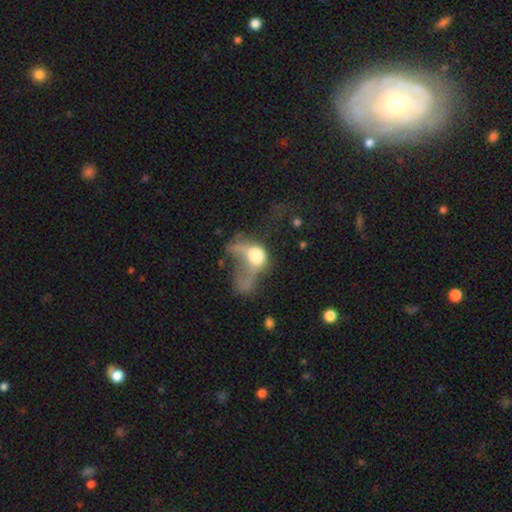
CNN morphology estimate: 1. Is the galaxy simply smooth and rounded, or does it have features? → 55% smooth, 34% featured or disk, 11% star or artifact.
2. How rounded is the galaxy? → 56% in between, 40% round, 4% cigar-shaped.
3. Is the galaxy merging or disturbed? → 62% major disturbance, 17% merger, 11% none, 10% minor disturbance.